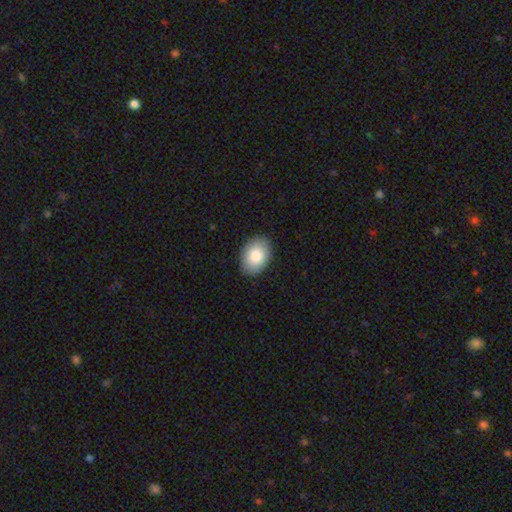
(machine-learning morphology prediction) smooth_or_featured: smooth (p=0.85) [alt: featured or disk p=0.08]
how_rounded: in between (p=0.82) [alt: round p=0.17]
merging: none (p=0.89) [alt: minor disturbance p=0.08]